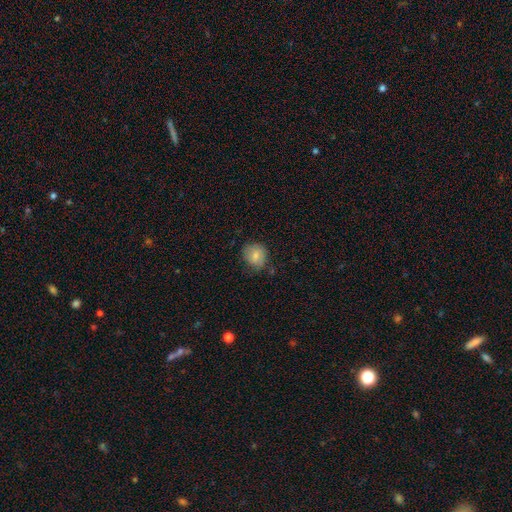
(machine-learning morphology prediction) Q: Smooth or featured?
A: smooth (79%); runner-up: featured or disk (13%)
Q: How rounded?
A: round (73%); runner-up: in between (26%)
Q: Merging?
A: none (68%); runner-up: minor disturbance (24%)